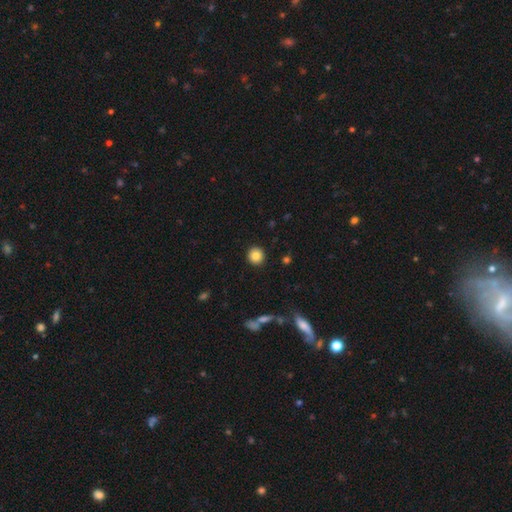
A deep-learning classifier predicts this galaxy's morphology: Smooth or featured: smooth — 84% (star or artifact — 9%)
How rounded: round — 93% (in between — 6%)
Merging: none — 92% (minor disturbance — 5%)